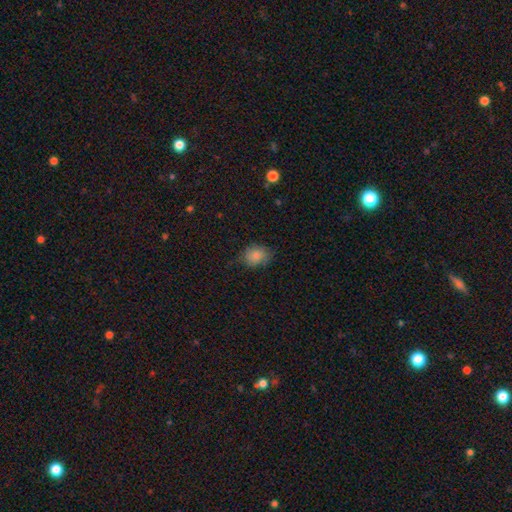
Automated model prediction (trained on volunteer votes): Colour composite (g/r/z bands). It shows a smooth galaxy with no disk features (82%) that is in between round and cigar-shaped (52%). Merging: none (67%).